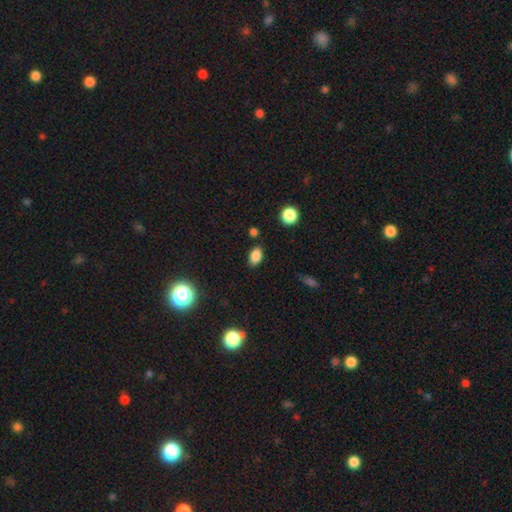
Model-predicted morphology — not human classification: type=smooth (83%); roundness=in between (87%); merging=none (82%).